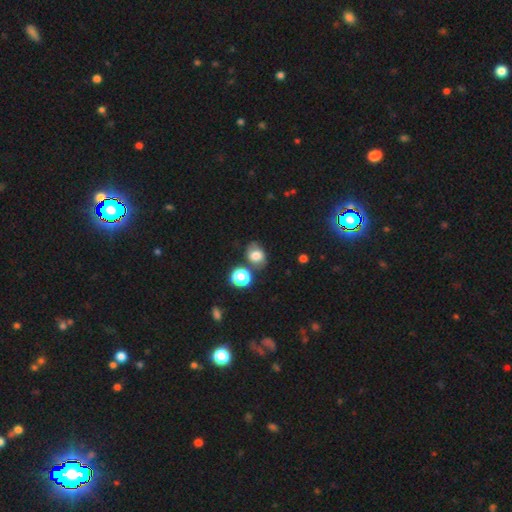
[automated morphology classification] Q: Smooth or featured?
A: smooth (69%); runner-up: featured or disk (17%)
Q: How rounded?
A: in between (57%); runner-up: round (42%)
Q: Merging?
A: none (63%); runner-up: minor disturbance (19%)